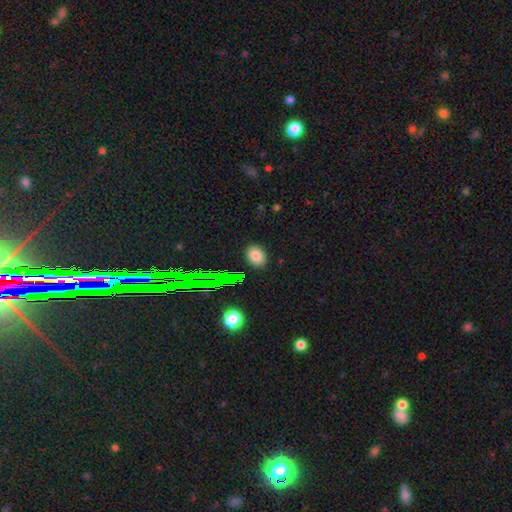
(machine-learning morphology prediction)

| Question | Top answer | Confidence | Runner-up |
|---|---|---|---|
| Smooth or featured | smooth | 78% | star or artifact (14%) |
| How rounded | in between | 64% | round (34%) |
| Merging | none | 87% | minor disturbance (9%) |